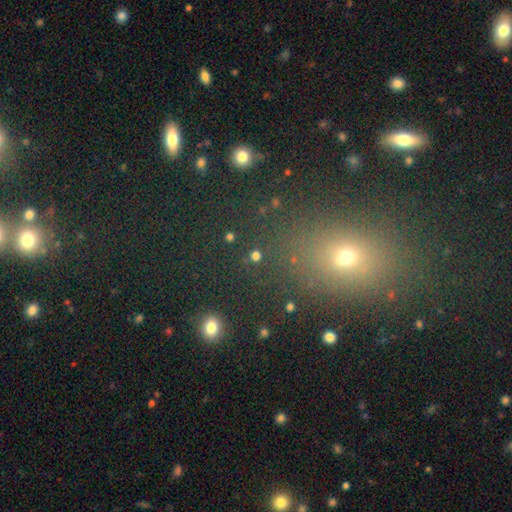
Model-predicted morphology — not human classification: Smooth or featured: smooth — 68% (star or artifact — 26%)
How rounded: round — 91% (in between — 8%)
Merging: none — 84% (minor disturbance — 7%)